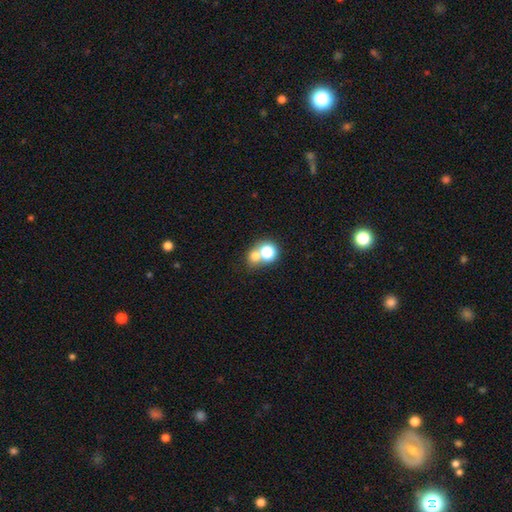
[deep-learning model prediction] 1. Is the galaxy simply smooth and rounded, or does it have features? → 70% smooth, 16% star or artifact, 14% featured or disk.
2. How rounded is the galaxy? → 77% round, 22% in between, 1% cigar-shaped.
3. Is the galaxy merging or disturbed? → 52% merger, 38% none, 6% minor disturbance, 4% major disturbance.